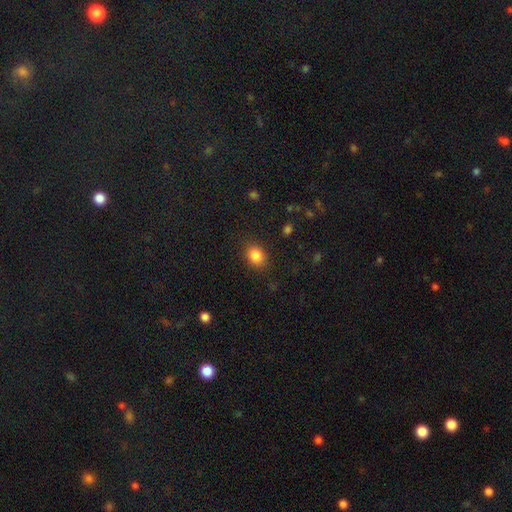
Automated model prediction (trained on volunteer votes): This appears to be a smooth galaxy with no disk features (86%) that is in between round and cigar-shaped (60%). Merging: none (86%).